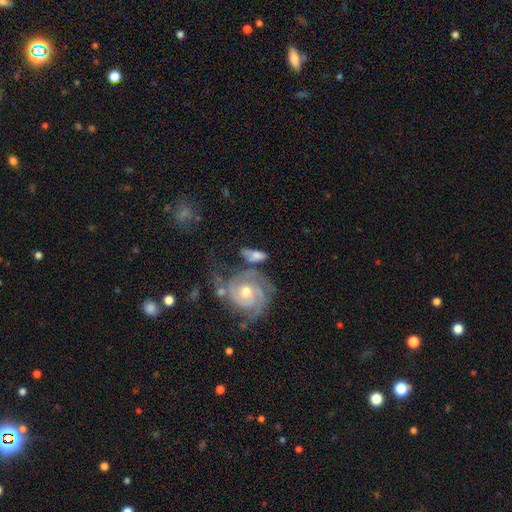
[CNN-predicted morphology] type=featured or disk (60%); edge-on=no (91%); bar=no (64%); spiral arms=yes (87%); bulge=moderate (57%); merging=none (43%).